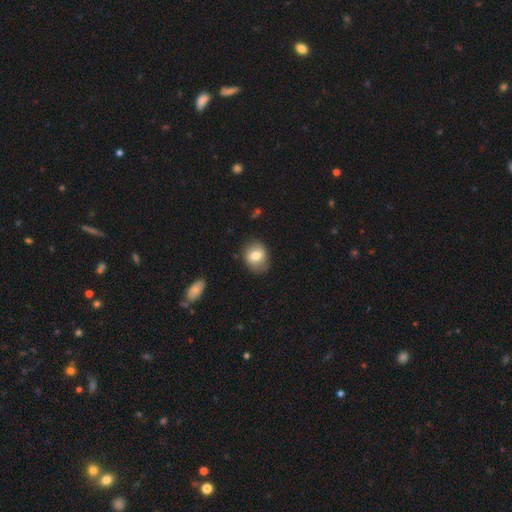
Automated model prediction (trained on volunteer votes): Smooth or featured? smooth (75%)
How rounded? round (56%)
Merging? none (78%)